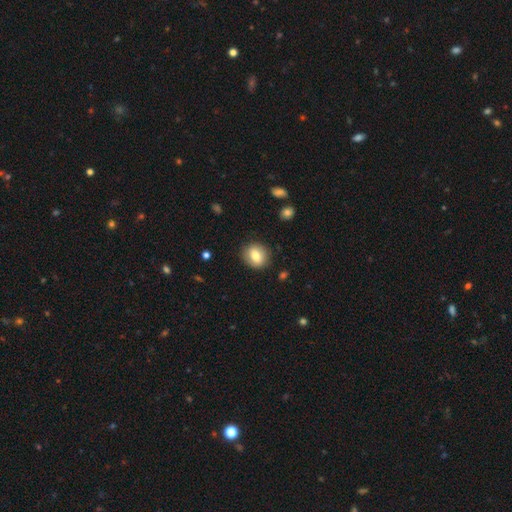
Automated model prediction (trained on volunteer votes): A smooth galaxy with no disk features (78%) that is round (74%).

Vote fractions:
- Smooth or featured? smooth: 78% / featured or disk: 14% / star or artifact: 9%
- How rounded? round: 74% / in between: 25% / cigar-shaped: 1%
- Merging? none: 87% / minor disturbance: 9% / major disturbance: 3% / merger: 1%